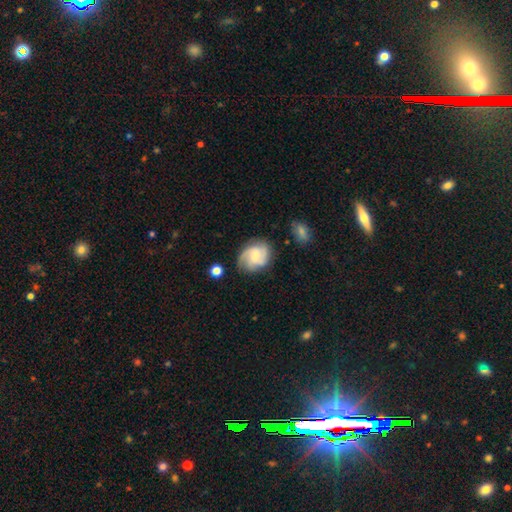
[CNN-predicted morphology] smooth-or-featured: featured or disk: 67% | smooth: 26% | star or artifact: 7%
  disk-edge-on: no: 98% | yes: 2%
    bar: no: 59% | weak: 36% | strong: 5%
    has-spiral-arms: yes: 94% | no: 6%
      spiral-winding: medium: 47% | tight: 32% | loose: 21%
      spiral-arm-count: 3: 43% | 2: 26% | can't tell: 15% | 4: 8% | 1: 4% | more than 4: 3%
    bulge-size: small: 48% | moderate: 38% | none: 9% | large: 4% | dominant: 1%
  merging: none: 71% | minor disturbance: 19% | major disturbance: 7% | merger: 3%